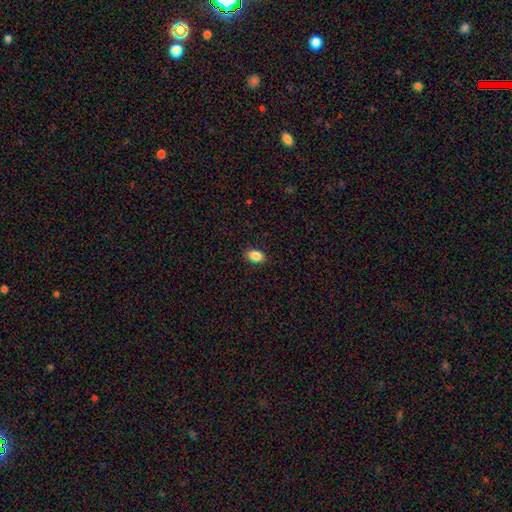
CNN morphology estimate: Q: Smooth or featured?
A: smooth (87%); runner-up: star or artifact (8%)
Q: How rounded?
A: in between (87%); runner-up: round (12%)
Q: Merging?
A: none (89%); runner-up: minor disturbance (8%)